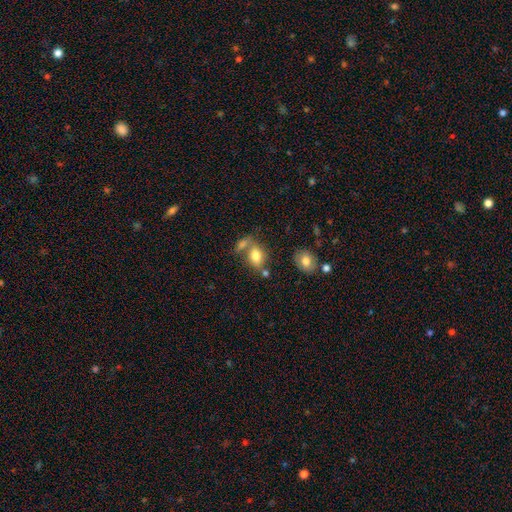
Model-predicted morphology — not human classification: A smooth galaxy with no disk features (78%) that is in between round and cigar-shaped (80%). Merging: none (48%).